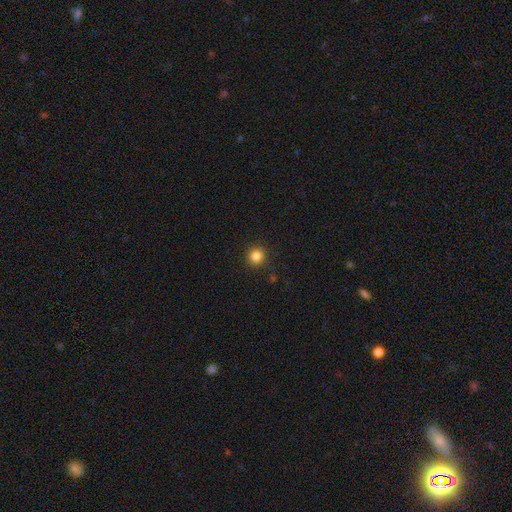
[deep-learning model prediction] smooth_or_featured: smooth (p=0.84) [alt: star or artifact p=0.12]
how_rounded: round (p=0.94) [alt: in between p=0.05]
merging: none (p=0.91) [alt: minor disturbance p=0.06]